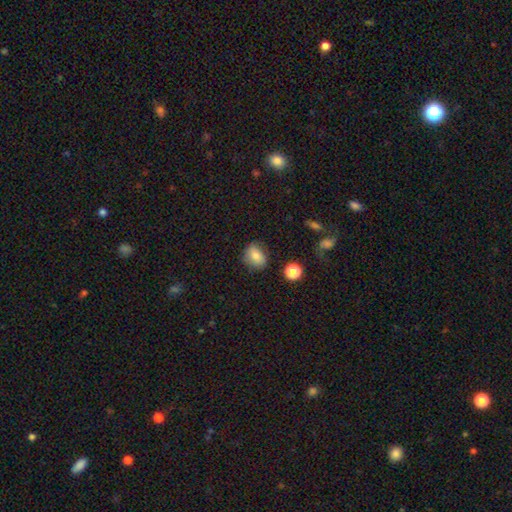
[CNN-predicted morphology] smooth 80%, featured or disk 10%, star or artifact 10%. Down the decision tree: how rounded — in between (60%); merging — none (74%).